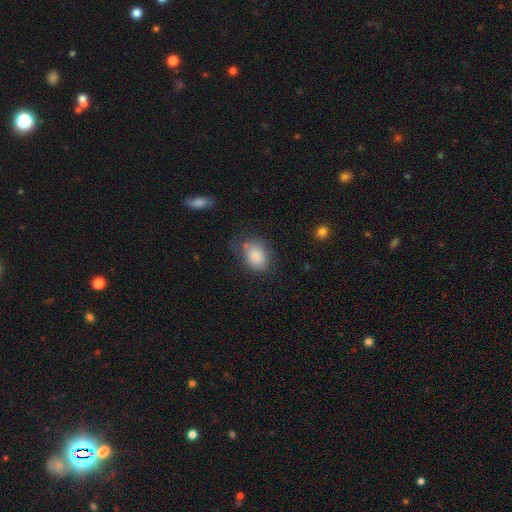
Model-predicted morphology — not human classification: smooth-or-featured: smooth: 84% | featured or disk: 8% | star or artifact: 8%
  how-rounded: in between: 71% | round: 28% | cigar-shaped: 1%
  merging: none: 59% | minor disturbance: 24% | major disturbance: 10% | merger: 7%